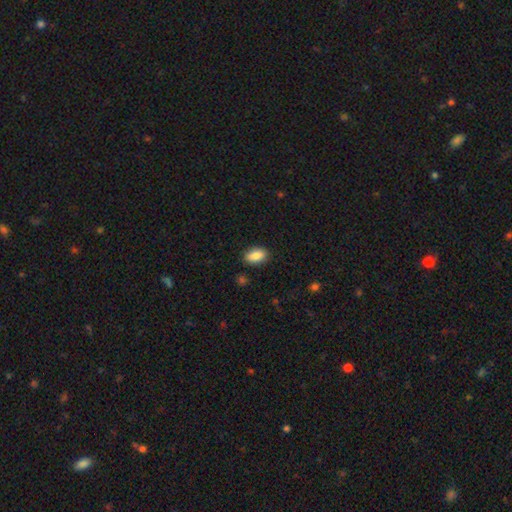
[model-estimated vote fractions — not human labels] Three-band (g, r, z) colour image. It shows a smooth galaxy with no disk features (88%) that is in between round and cigar-shaped (92%). Merging: none (88%).